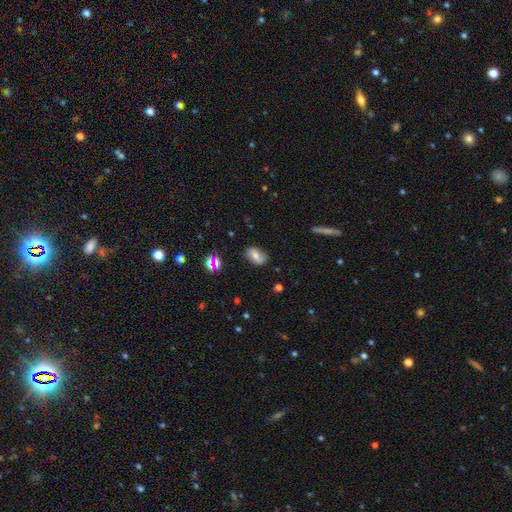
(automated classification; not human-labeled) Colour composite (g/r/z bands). It shows a smooth galaxy with no disk features (49%). Merging: none (81%).